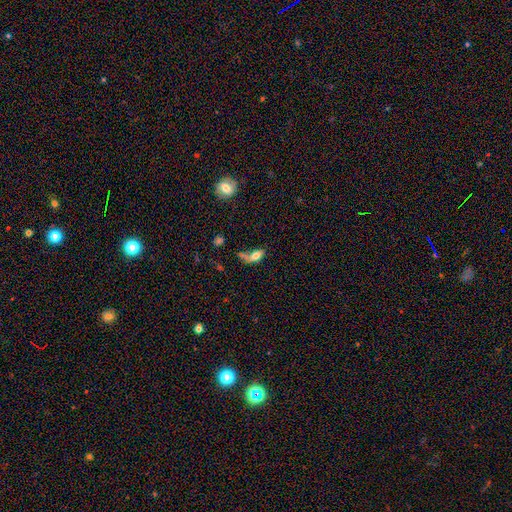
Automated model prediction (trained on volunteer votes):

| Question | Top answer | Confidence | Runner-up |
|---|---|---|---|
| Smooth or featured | smooth | 69% | featured or disk (21%) |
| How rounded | in between | 79% | cigar-shaped (11%) |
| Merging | none | 28% | tied: major disturbance (28%) |